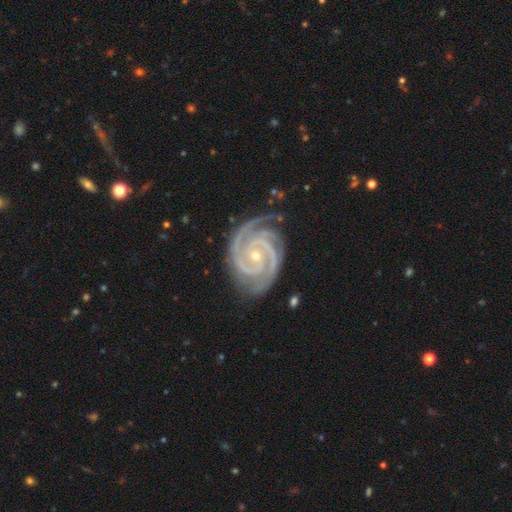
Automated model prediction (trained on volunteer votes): Smooth or featured: featured or disk — 94% (star or artifact — 4%)
Edge-on disk: no — 98% (yes — 2%)
Bar: no — 59% (weak — 26%)
Spiral arms: yes — 99% (no — 1%)
Spiral winding: tight — 79% (medium — 19%)
Spiral arm count: 2 — 43% (3 — 33%)
Bulge size: small — 71% (moderate — 26%)
Merging: none — 74% (minor disturbance — 19%)